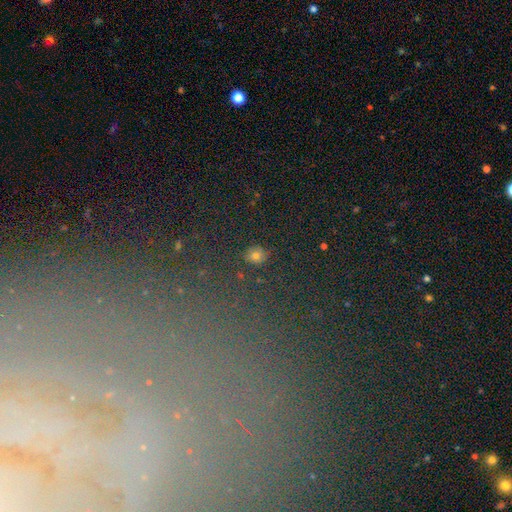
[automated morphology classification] smooth-or-featured: smooth: 74% | star or artifact: 20% | featured or disk: 7%
  how-rounded: round: 76% | in between: 22% | cigar-shaped: 1%
  merging: none: 86% | minor disturbance: 8% | major disturbance: 3% | merger: 2%